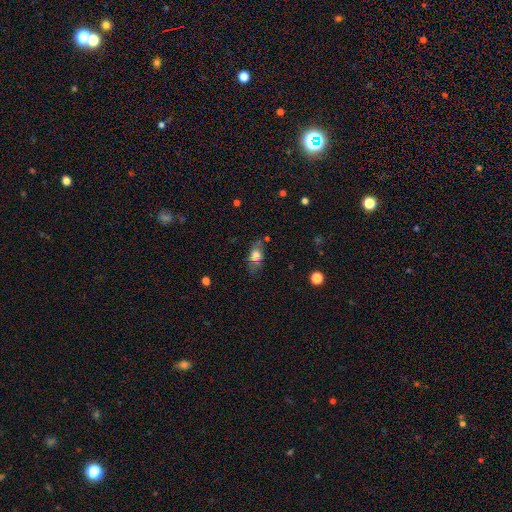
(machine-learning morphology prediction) Smooth or featured? smooth (71%)
How rounded? in between (78%)
Merging? none (69%)